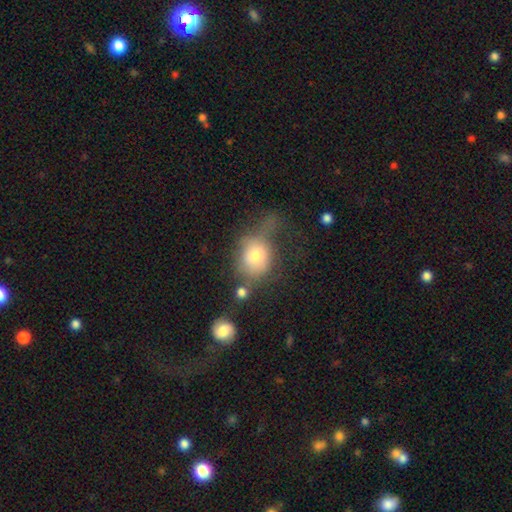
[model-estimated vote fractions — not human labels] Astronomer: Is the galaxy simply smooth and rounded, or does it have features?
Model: smooth — 70%.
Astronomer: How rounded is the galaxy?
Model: round — 62%.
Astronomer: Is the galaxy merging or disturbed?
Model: major disturbance — 34% (runner-up: none, 30%).